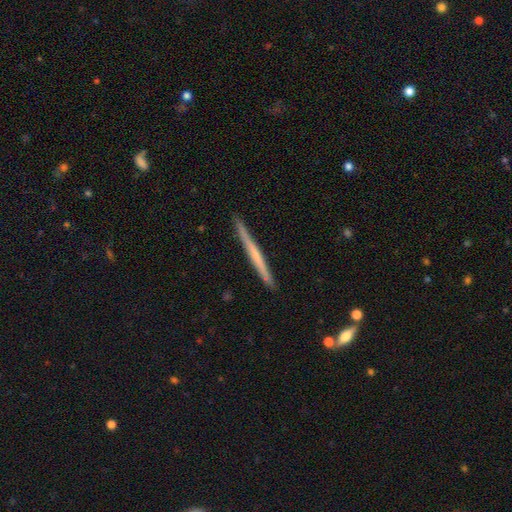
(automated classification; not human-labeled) Morphology: type=featured or disk (52%); edge-on=yes (98%); edge-on bulge=none (79%); merging=none (92%).